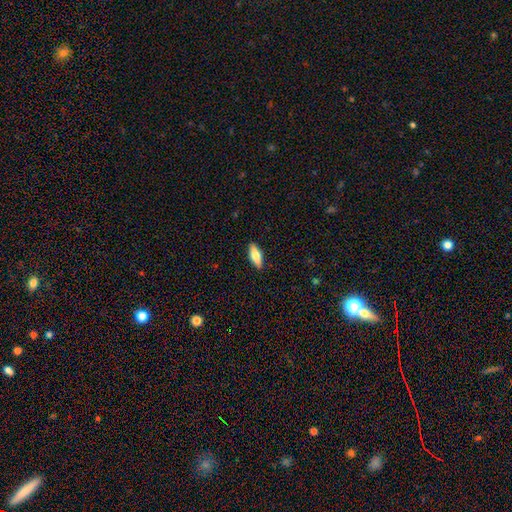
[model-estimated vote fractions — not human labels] The model was most divided on "how rounded": in between: 69%, cigar-shaped: 28%, round: 2%. More confident: merging — none (89%); smooth or featured — smooth (70%).